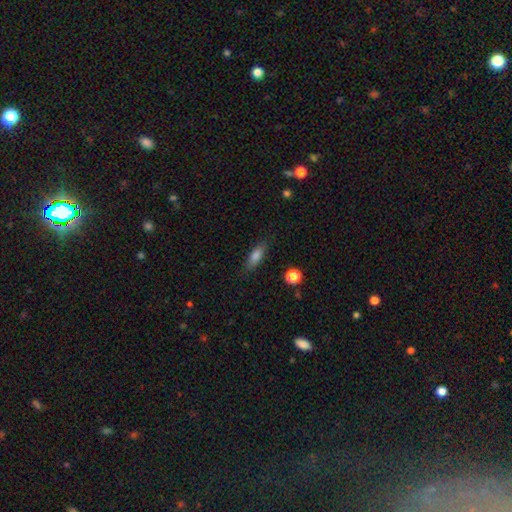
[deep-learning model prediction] Smooth or featured?
  - smooth: 77% *
  - featured or disk: 15%
  - star or artifact: 8%
How rounded?
  - in between: 57% *
  - cigar-shaped: 39%
  - round: 4%
Merging?
  - none: 81% *
  - minor disturbance: 14%
  - major disturbance: 3%
  - merger: 2%